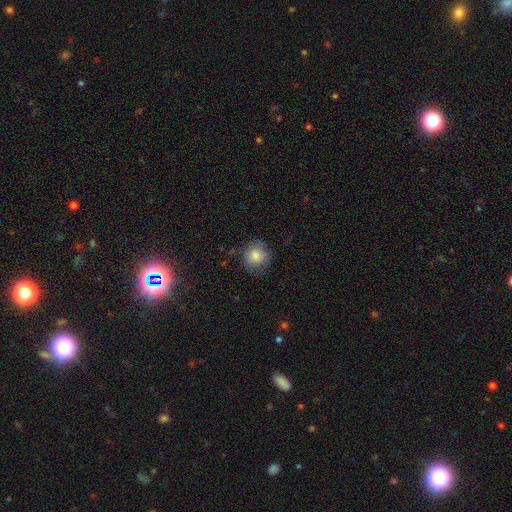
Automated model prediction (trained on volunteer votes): Smooth or featured: smooth — 82% (featured or disk — 10%)
How rounded: round — 88% (in between — 11%)
Merging: none — 73% (minor disturbance — 19%)